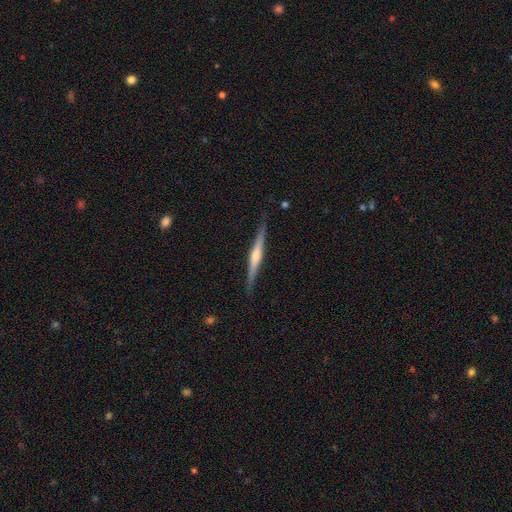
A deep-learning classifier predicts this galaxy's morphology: This is likely a featured or disk galaxy (73%). It is clearly viewed edge-on (98%). Edge-on bulge: likely rounded (79%). Merging: clearly none (88%).